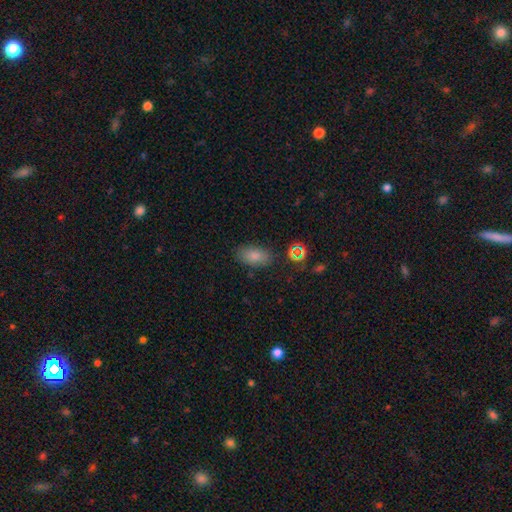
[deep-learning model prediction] This is likely a smooth galaxy (79%). How rounded: clearly in between (89%). Merging: clearly none (83%).